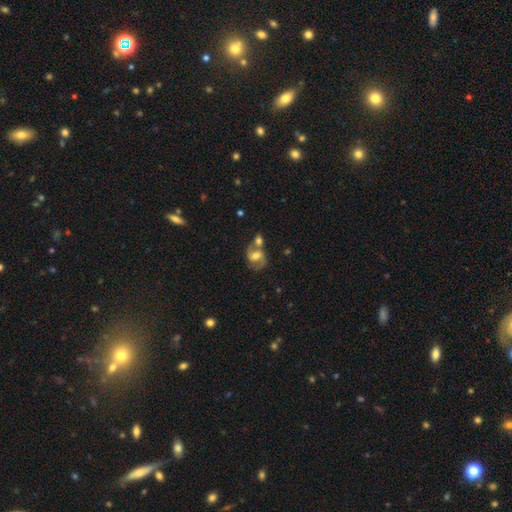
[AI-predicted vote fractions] The model was most divided on "merging": none: 40%, merger: 39%, minor disturbance: 14%, major disturbance: 7%. Remaining: edge-on disk — no (97%); spiral arms — yes (82%); smooth or featured — featured or disk (58%); bulge size — moderate (58%); bar — weak (45%).